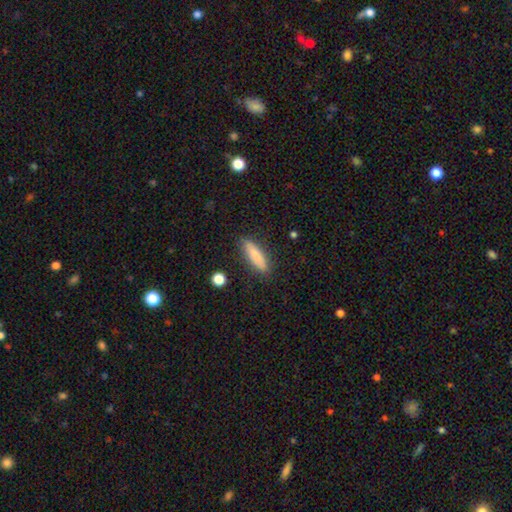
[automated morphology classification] Smooth or featured: smooth — 85% (featured or disk — 9%)
How rounded: cigar-shaped — 68% (in between — 30%)
Merging: none — 86% (minor disturbance — 10%)